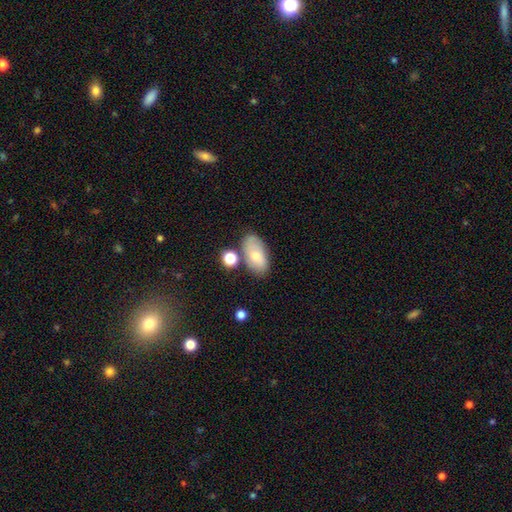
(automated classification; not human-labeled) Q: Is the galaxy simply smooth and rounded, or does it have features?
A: smooth — 74%.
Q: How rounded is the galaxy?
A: in between — 92%.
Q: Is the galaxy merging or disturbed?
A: none — 67%.